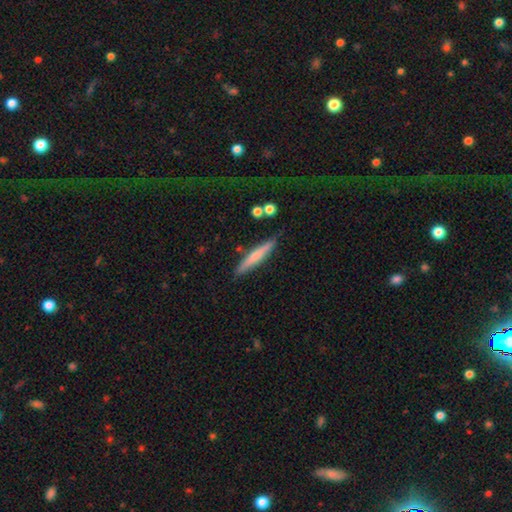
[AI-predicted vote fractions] Smooth or featured: smooth — 56% (featured or disk — 37%)
How rounded: cigar-shaped — 93% (in between — 6%)
Merging: none — 85% (minor disturbance — 10%)